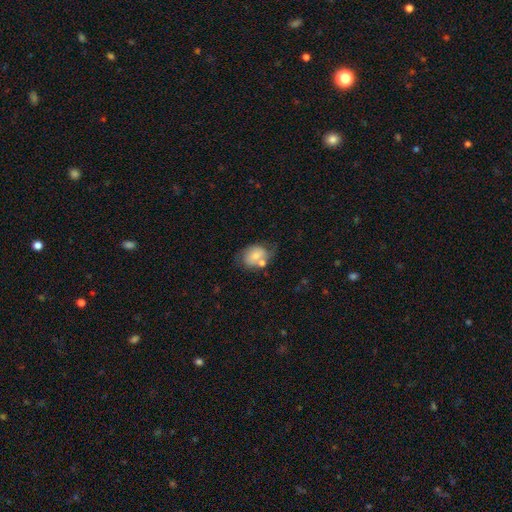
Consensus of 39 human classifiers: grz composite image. It shows a featured or disk galaxy (51%) with no bar (65%), medium (42%) spiral arms (60%) and a small central bulge (70%). Merging: none (53%).